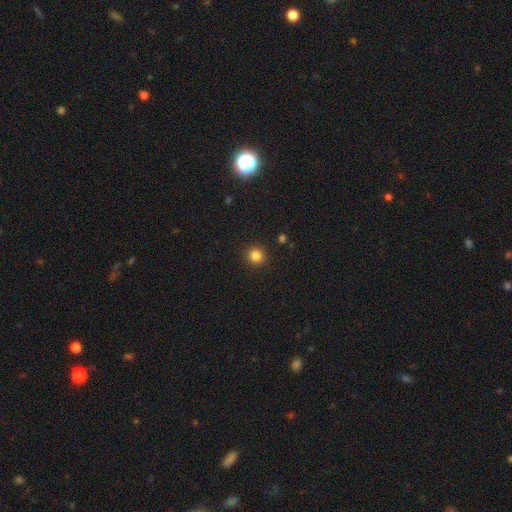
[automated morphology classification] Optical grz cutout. It shows a smooth galaxy with no disk features (83%) that is round (92%). Merging: none (91%).